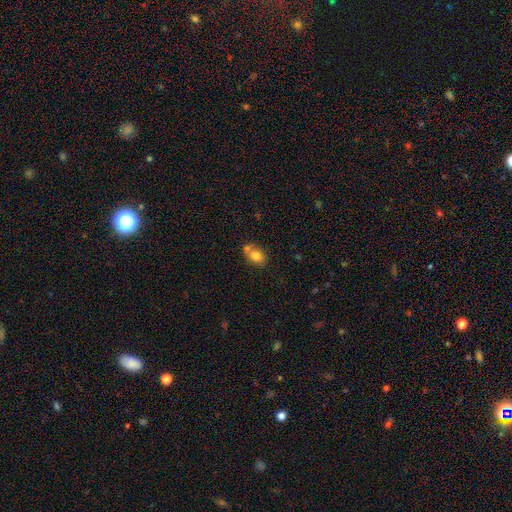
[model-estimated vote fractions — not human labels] Smooth or featured?
  - smooth: 77% *
  - featured or disk: 14%
  - star or artifact: 9%
How rounded?
  - in between: 67% *
  - round: 32%
  - cigar-shaped: 1%
Merging?
  - none: 45% *
  - merger: 34%
  - minor disturbance: 16%
  - major disturbance: 6%